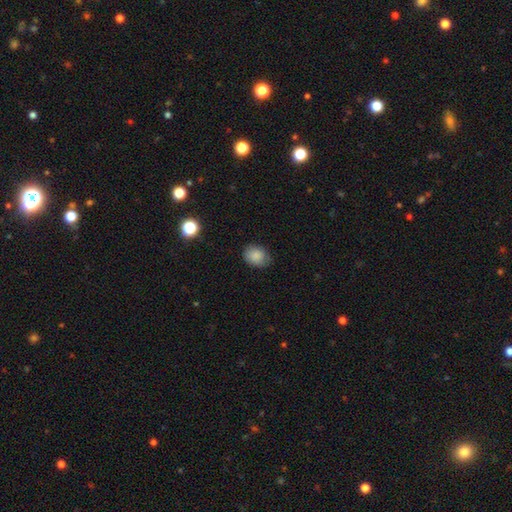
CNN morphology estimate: Smooth or featured: smooth — 86% (star or artifact — 9%)
How rounded: in between — 56% (round — 43%)
Merging: none — 77% (minor disturbance — 18%)